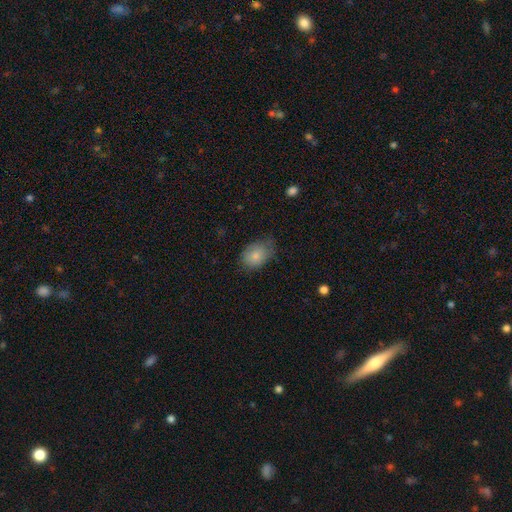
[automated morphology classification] A smooth galaxy with no disk features (82%) that is in between round and cigar-shaped (76%).

Vote fractions:
- Smooth or featured? smooth: 82% / featured or disk: 10% / star or artifact: 8%
- How rounded? in between: 76% / round: 23% / cigar-shaped: 1%
- Merging? none: 54% / minor disturbance: 35% / major disturbance: 9% / merger: 1%